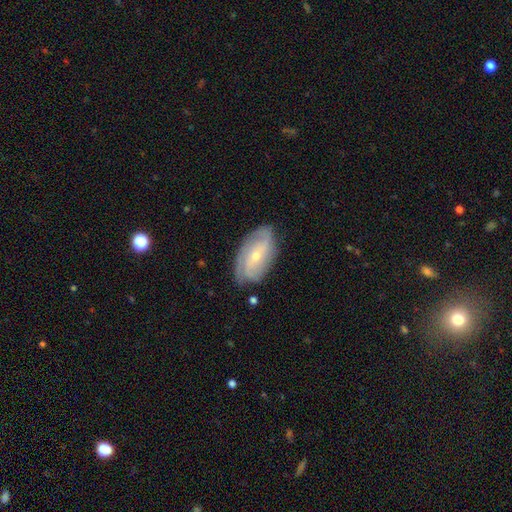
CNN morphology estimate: Smooth or featured? Predicted: featured or disk (p=0.75). Edge-on disk? Predicted: no (p=0.94). Bar? Predicted: no (p=0.49). Spiral arms? Predicted: yes (p=0.90). Spiral winding? Predicted: tight (p=0.50). Spiral arm count? Predicted: 2 (p=0.35). Bulge size? Predicted: small (p=0.67). Merging? Predicted: none (p=0.76).